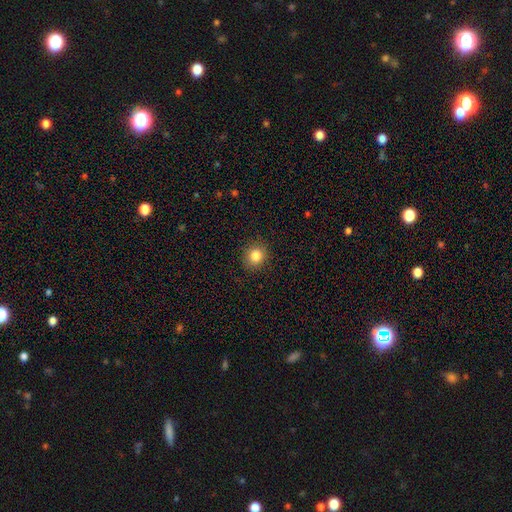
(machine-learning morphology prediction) smooth_or_featured: smooth (p=0.84) [alt: star or artifact p=0.10]
how_rounded: round (p=0.79) [alt: in between p=0.20]
merging: none (p=0.89) [alt: minor disturbance p=0.08]